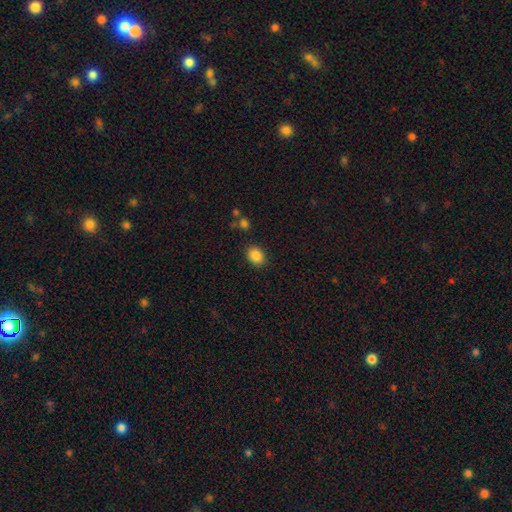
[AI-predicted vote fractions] The model was most divided on "how rounded": in between: 60%, round: 39%, cigar-shaped: 1%. More confident: smooth or featured — smooth (87%); merging — none (86%).